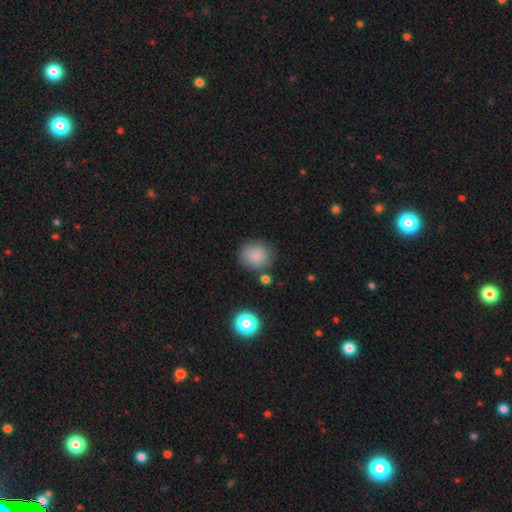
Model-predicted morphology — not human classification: This is clearly a smooth galaxy (86%). How rounded: clearly round (81%). Merging: likely none (77%).